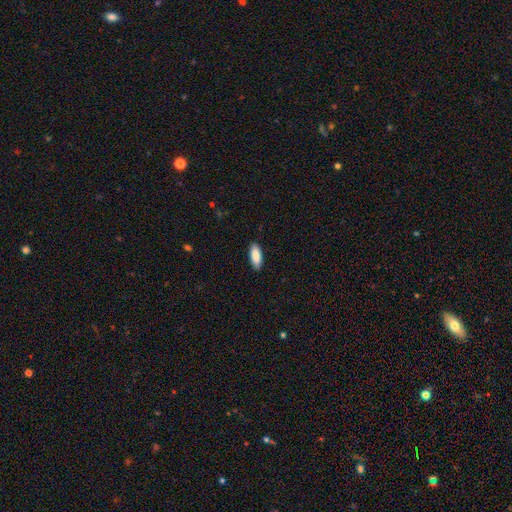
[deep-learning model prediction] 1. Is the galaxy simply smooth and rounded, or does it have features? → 87% smooth, 7% featured or disk, 6% star or artifact.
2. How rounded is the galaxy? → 78% in between, 21% cigar-shaped, 2% round.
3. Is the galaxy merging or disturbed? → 90% none, 8% minor disturbance, 2% major disturbance, 1% merger.